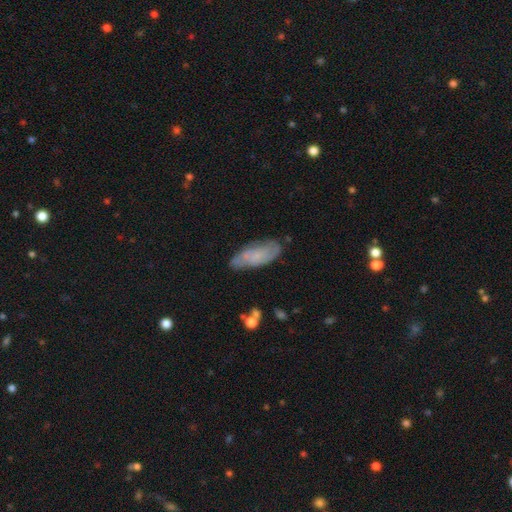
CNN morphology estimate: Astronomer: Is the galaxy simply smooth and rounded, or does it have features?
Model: smooth — 53% (runner-up: featured or disk, 39%).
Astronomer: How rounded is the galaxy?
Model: in between — 74%.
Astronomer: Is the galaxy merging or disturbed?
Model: none — 72%.